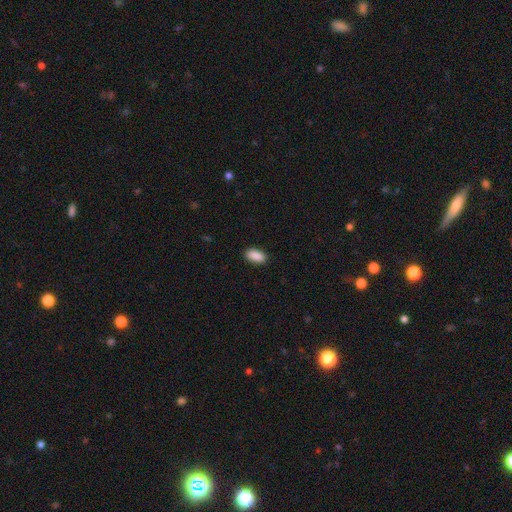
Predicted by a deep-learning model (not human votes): The model was most divided on "merging": none: 89%, minor disturbance: 8%, major disturbance: 2%, merger: 1%. More confident: how rounded — in between (92%); smooth or featured — smooth (90%).